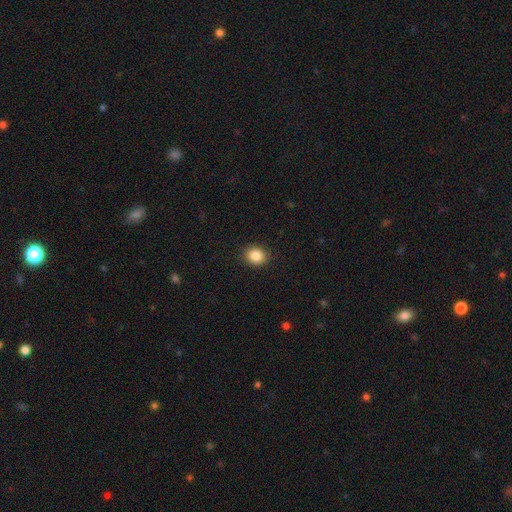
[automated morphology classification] type=smooth (86%); roundness=round (69%); merging=none (91%).